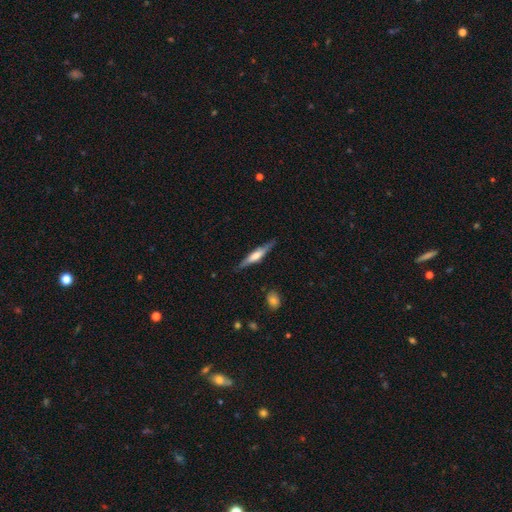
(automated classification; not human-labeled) The model was most divided on "smooth or featured": featured or disk: 58%, smooth: 36%, star or artifact: 6%. More confident: edge-on disk — yes (95%); merging — none (84%); edge-on bulge — rounded (59%).